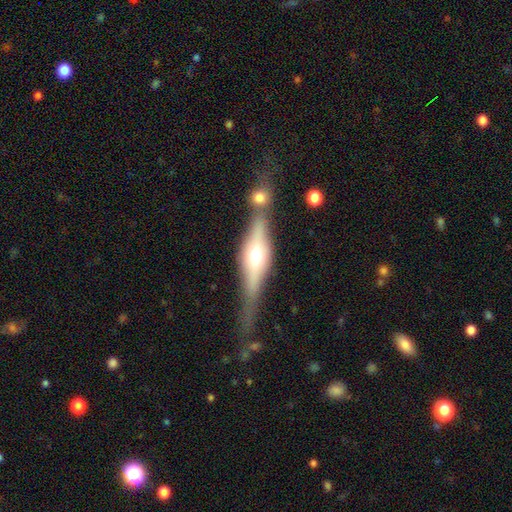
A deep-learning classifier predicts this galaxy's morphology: Overall: featured or disk (64%; smooth 30%). Edge-on disk: yes (90%). Edge-on bulge: rounded (90%). Merging: none (62%).